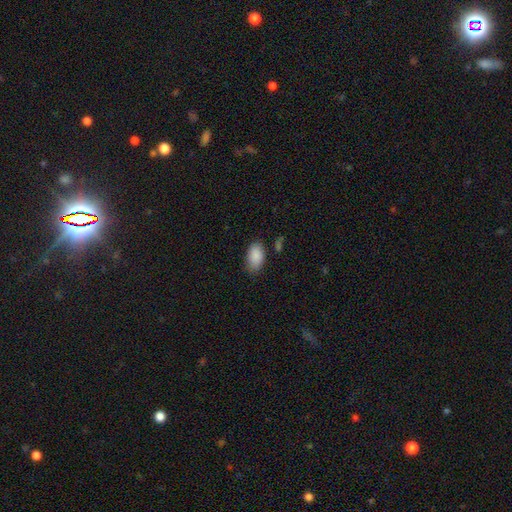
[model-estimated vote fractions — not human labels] Smooth or featured? Predicted: smooth (p=0.89). How rounded? Predicted: in between (p=0.94). Merging? Predicted: none (p=0.80).